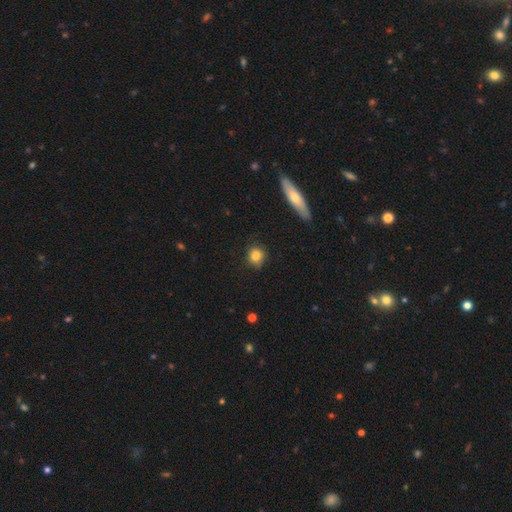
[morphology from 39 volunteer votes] Smooth or featured? smooth (87%)
How rounded? round (91%)
Merging? none (81%)